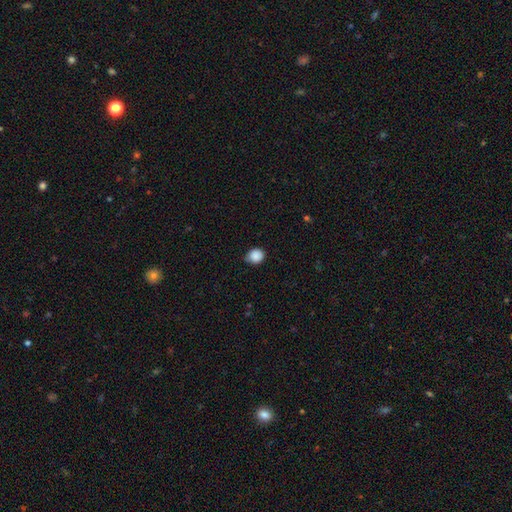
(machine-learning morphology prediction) Q: Smooth or featured?
A: smooth (88%); runner-up: star or artifact (9%)
Q: How rounded?
A: round (68%); runner-up: in between (31%)
Q: Merging?
A: none (72%); runner-up: minor disturbance (23%)